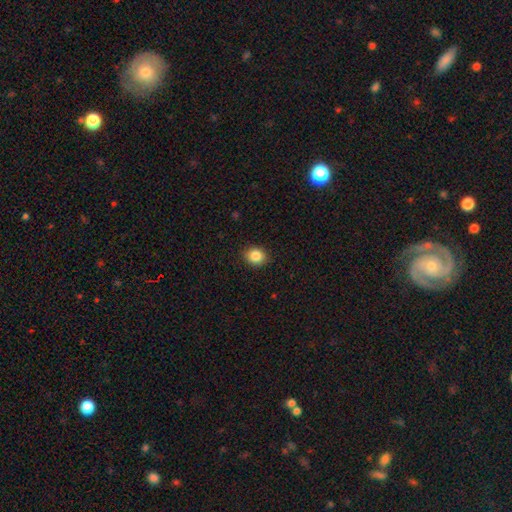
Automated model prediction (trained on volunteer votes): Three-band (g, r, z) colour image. It shows a smooth galaxy with no disk features (86%) that is round (68%). Merging: none (89%).